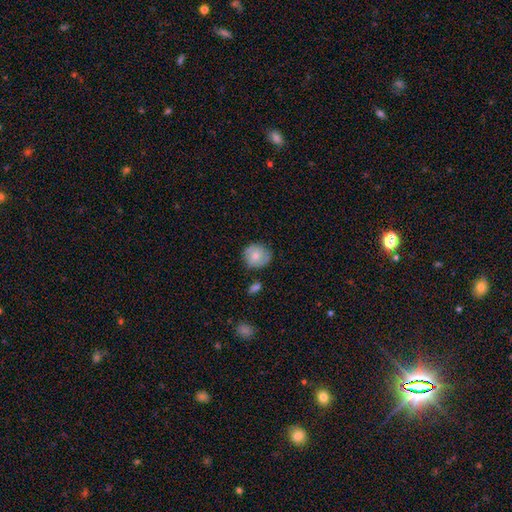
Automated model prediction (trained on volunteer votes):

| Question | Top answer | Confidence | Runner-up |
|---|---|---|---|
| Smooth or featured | smooth | 71% | featured or disk (22%) |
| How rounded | round | 83% | in between (16%) |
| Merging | none | 76% | minor disturbance (18%) |